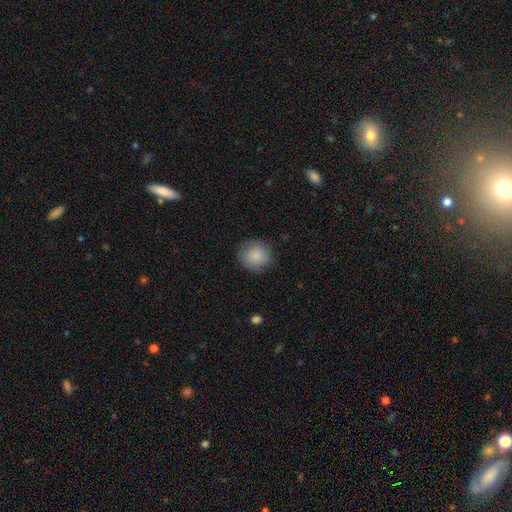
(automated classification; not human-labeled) Q: Smooth or featured?
A: smooth (85%); runner-up: featured or disk (7%)
Q: How rounded?
A: round (89%); runner-up: in between (10%)
Q: Merging?
A: none (81%); runner-up: minor disturbance (14%)